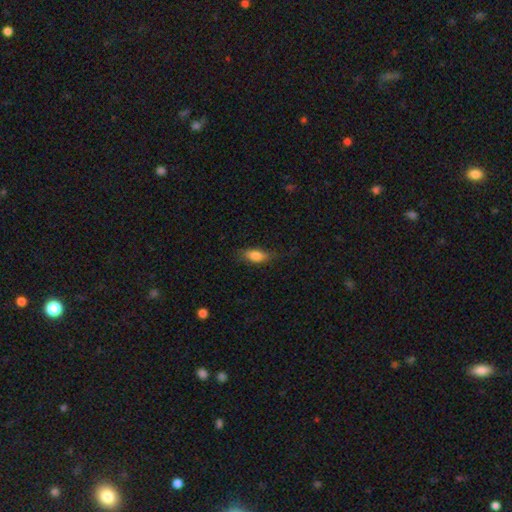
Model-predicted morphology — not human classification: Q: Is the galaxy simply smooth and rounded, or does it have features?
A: smooth — 79%.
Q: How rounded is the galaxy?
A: in between — 79%.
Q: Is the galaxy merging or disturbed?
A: none — 73%.